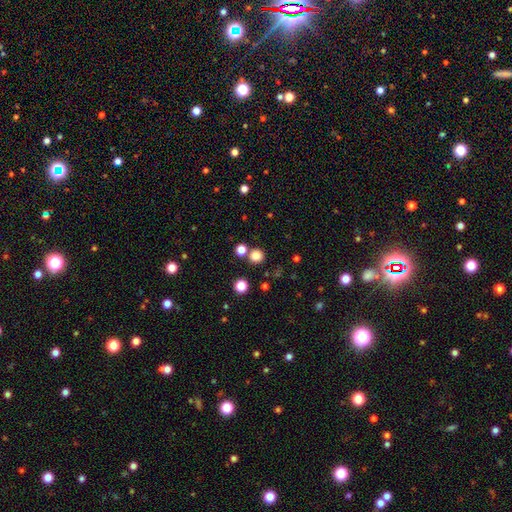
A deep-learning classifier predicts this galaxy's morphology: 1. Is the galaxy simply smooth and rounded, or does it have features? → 81% smooth, 15% star or artifact, 4% featured or disk.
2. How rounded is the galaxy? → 92% round, 7% in between, 1% cigar-shaped.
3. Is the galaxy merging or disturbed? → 78% none, 12% merger, 7% minor disturbance, 3% major disturbance.